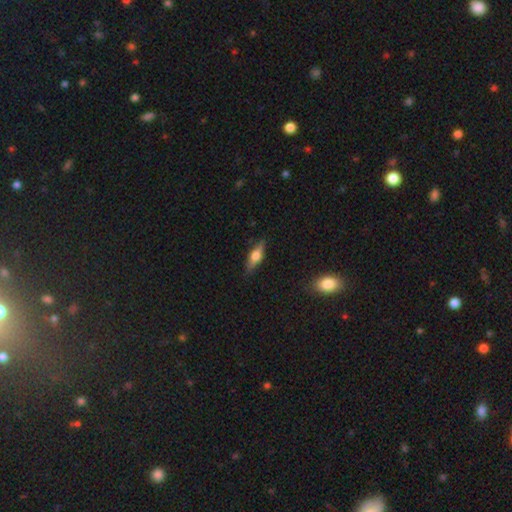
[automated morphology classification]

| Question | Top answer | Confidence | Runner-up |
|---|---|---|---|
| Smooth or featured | featured or disk | 55% | smooth (39%) |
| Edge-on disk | yes | 94% | no (6%) |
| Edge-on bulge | rounded | 91% | boxy (7%) |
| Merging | none | 84% | minor disturbance (12%) |